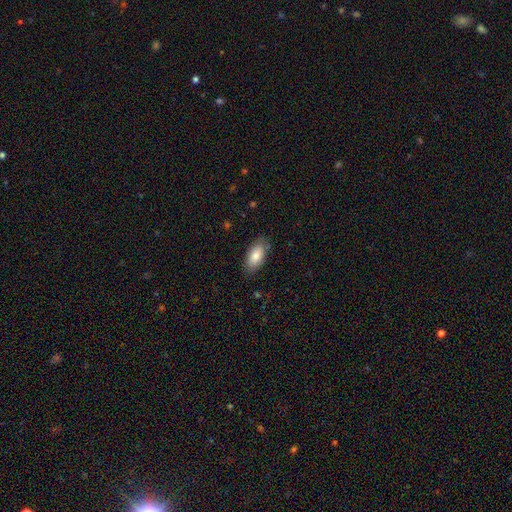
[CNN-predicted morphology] smooth 81%, featured or disk 12%, star or artifact 7%. Down the decision tree: how rounded — in between (91%); merging — none (83%).